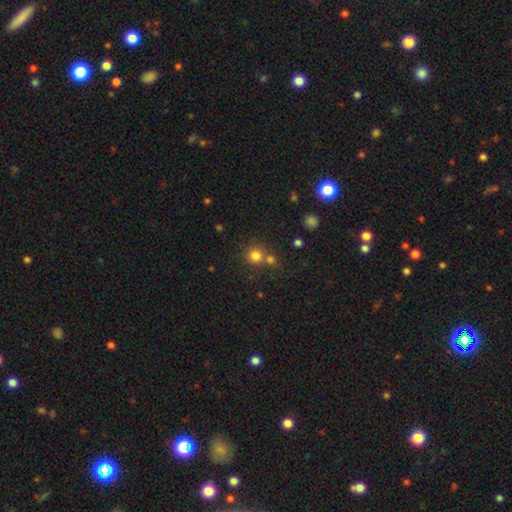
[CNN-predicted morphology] Q: Smooth or featured?
A: smooth (79%); runner-up: star or artifact (14%)
Q: How rounded?
A: round (91%); runner-up: in between (8%)
Q: Merging?
A: none (60%); runner-up: merger (29%)